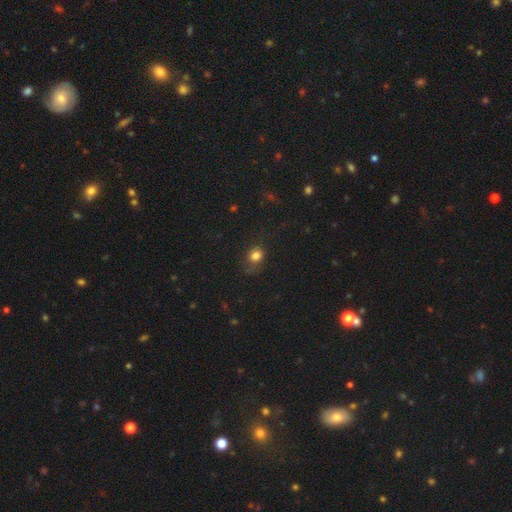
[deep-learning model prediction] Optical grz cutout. It shows a smooth galaxy with no disk features (80%) that is round (62%). Merging: none (65%).